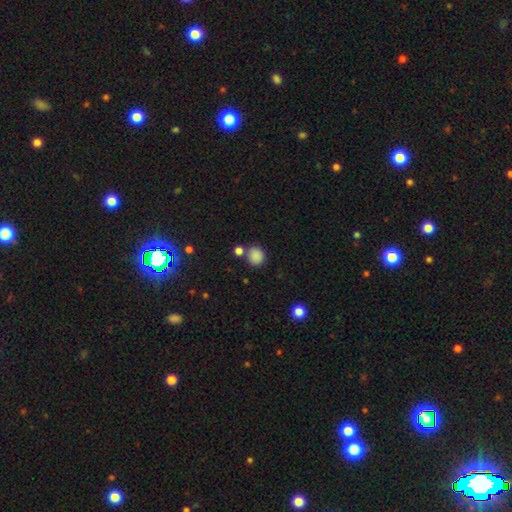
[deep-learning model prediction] Morphology: type=smooth (86%); roundness=round (84%); merging=none (71%).